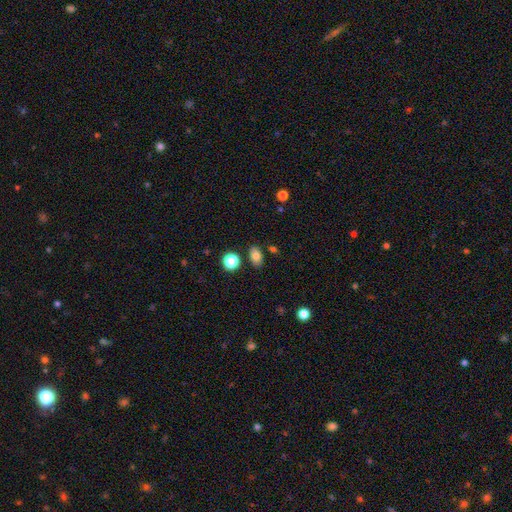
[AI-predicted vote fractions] smooth 80%, star or artifact 11%, featured or disk 8%. Down the decision tree: how rounded — in between (83%); merging — none (81%).